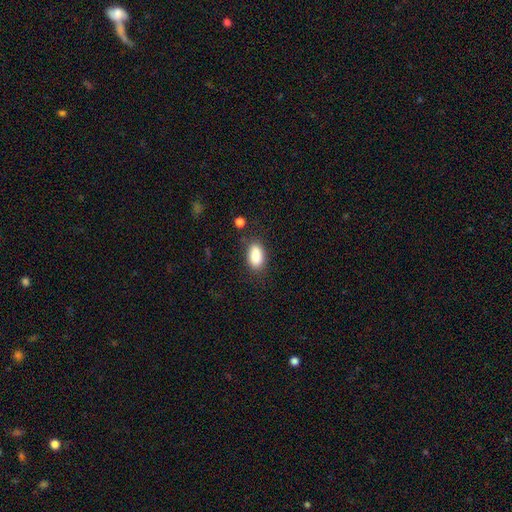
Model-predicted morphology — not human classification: type=smooth (88%); roundness=in between (92%); merging=none (78%).